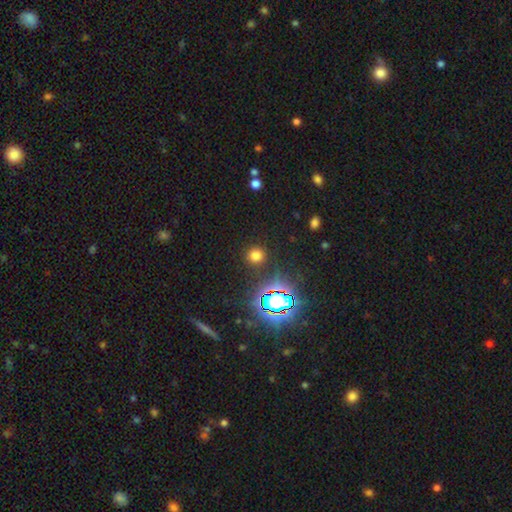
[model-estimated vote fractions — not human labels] smooth-or-featured: smooth: 69% | star or artifact: 25% | featured or disk: 6%
  how-rounded: round: 90% | in between: 9% | cigar-shaped: 1%
  merging: none: 89% | minor disturbance: 7% | major disturbance: 3% | merger: 2%